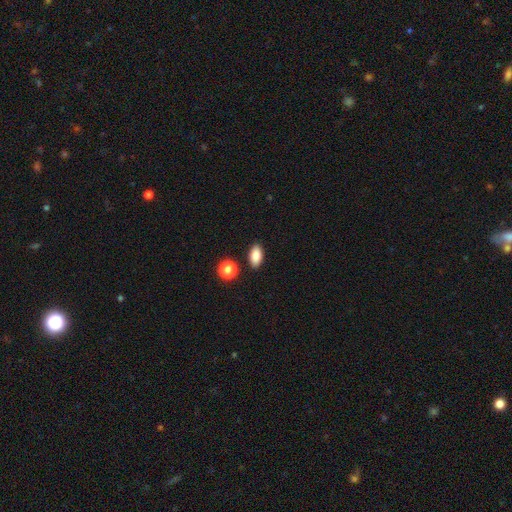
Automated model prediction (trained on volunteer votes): Overall: smooth (86%). How rounded: in between (89%). Merging: none (87%).